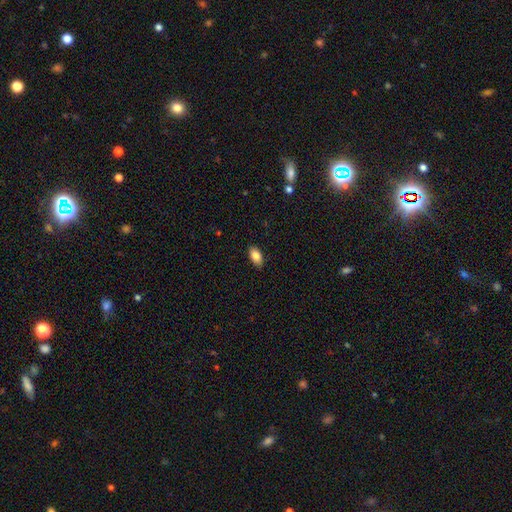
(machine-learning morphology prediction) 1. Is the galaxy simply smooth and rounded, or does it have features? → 83% smooth, 9% featured or disk, 7% star or artifact.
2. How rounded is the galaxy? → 91% in between, 5% round, 4% cigar-shaped.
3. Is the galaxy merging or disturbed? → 88% none, 9% minor disturbance, 2% major disturbance, 1% merger.